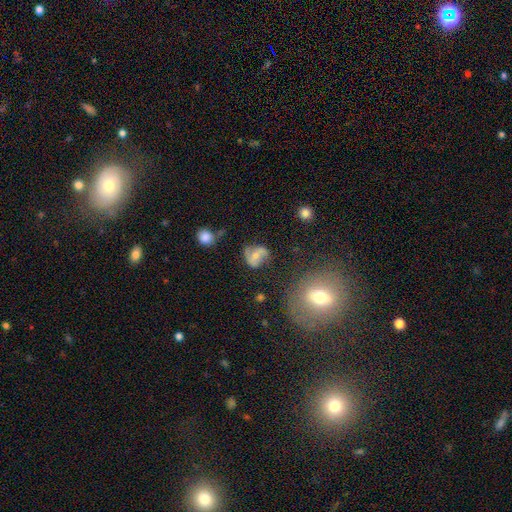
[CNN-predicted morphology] Smooth or featured: featured or disk — 60% (smooth — 30%)
Edge-on disk: no — 97% (yes — 3%)
Bar: no — 46% (weak — 38%)
Spiral arms: yes — 84% (no — 16%)
Bulge size: small — 45% (moderate — 42%)
Merging: none — 56% (minor disturbance — 24%)